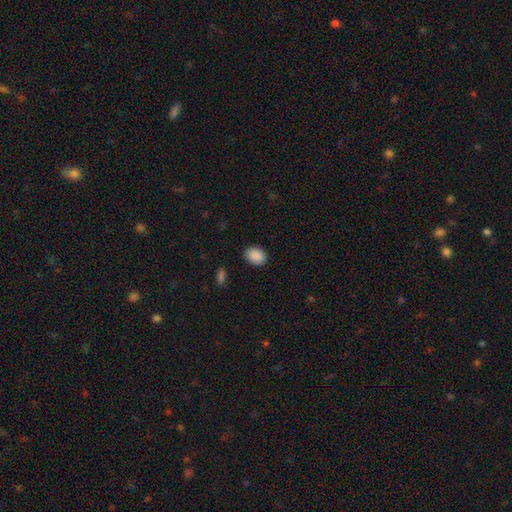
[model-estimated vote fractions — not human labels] This is clearly a smooth galaxy (90%). How rounded: likely in between (69%). Merging: clearly none (87%).